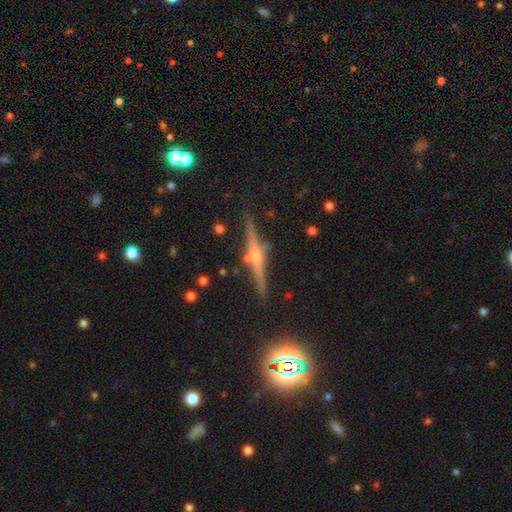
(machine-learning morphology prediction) This appears to be a featured or disk galaxy (78%) viewed edge-on (97%) with a rounded central bulge (87%). Merging: none (88%).